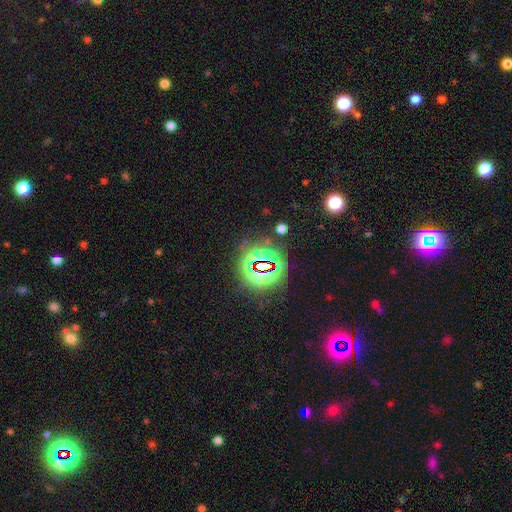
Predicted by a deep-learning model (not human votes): A star or artifact, not a galaxy (79%).